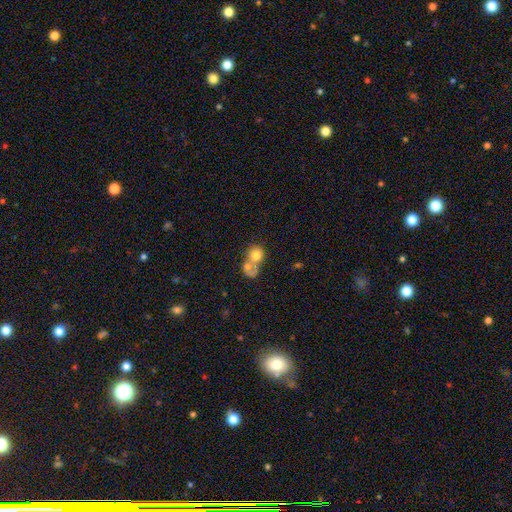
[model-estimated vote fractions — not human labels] Smooth or featured? Predicted: smooth (p=0.68). How rounded? Predicted: round (p=0.67). Merging? Predicted: merger (p=0.69).